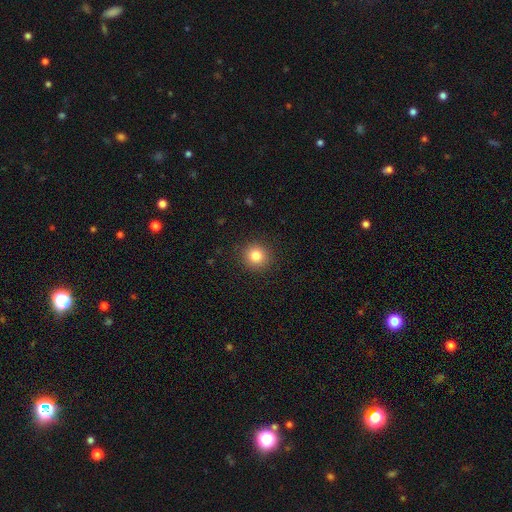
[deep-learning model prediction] smooth-or-featured: smooth: 82% | star or artifact: 11% | featured or disk: 6%
  how-rounded: round: 93% | in between: 6% | cigar-shaped: 1%
  merging: none: 91% | minor disturbance: 6% | major disturbance: 2% | merger: 1%